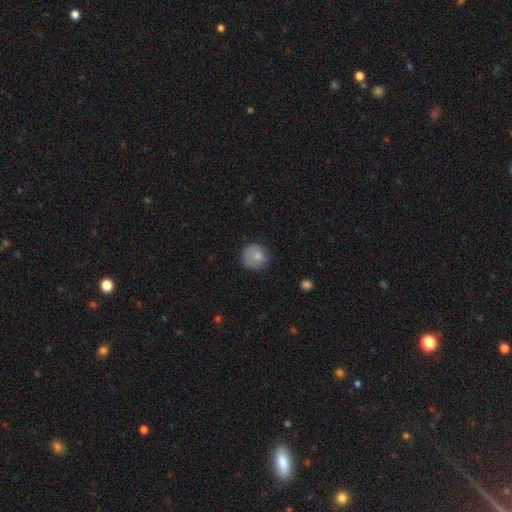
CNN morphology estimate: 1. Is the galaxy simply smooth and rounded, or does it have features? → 79% smooth, 13% featured or disk, 8% star or artifact.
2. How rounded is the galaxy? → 86% round, 13% in between, 1% cigar-shaped.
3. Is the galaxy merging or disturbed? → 68% none, 23% minor disturbance, 7% major disturbance, 2% merger.